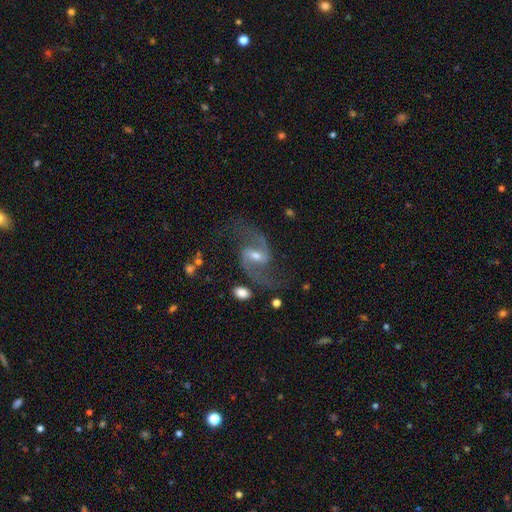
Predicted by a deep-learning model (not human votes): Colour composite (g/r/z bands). It shows a featured or disk galaxy (90%) with a weak bar (52%), 2 (94%) loose (57%) spiral arms (97%) and a moderate central bulge (49%). Merging: none (74%).